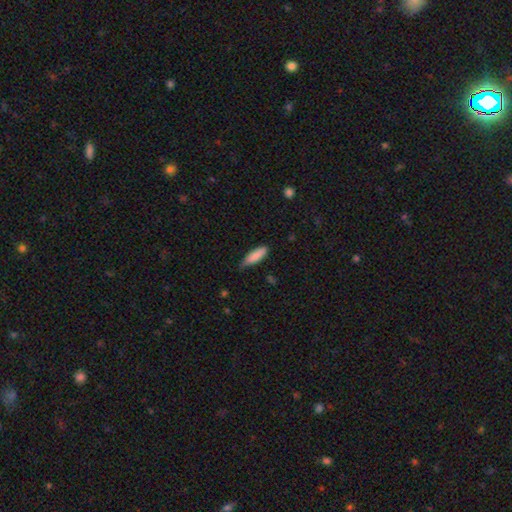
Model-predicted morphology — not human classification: type=smooth (86%); roundness=cigar-shaped (53%); merging=none (63%).